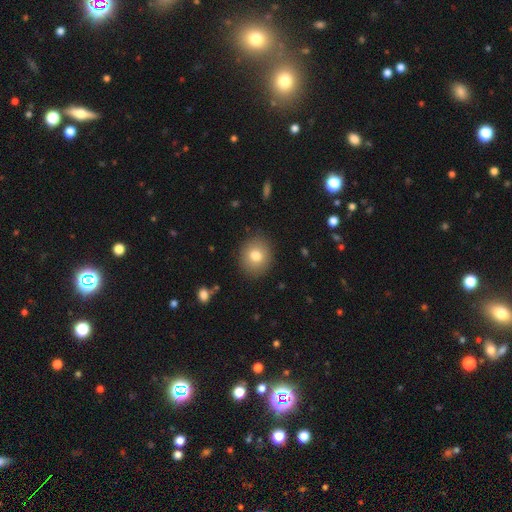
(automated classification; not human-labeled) Morphology: type=smooth (78%); roundness=round (76%); merging=none (89%).